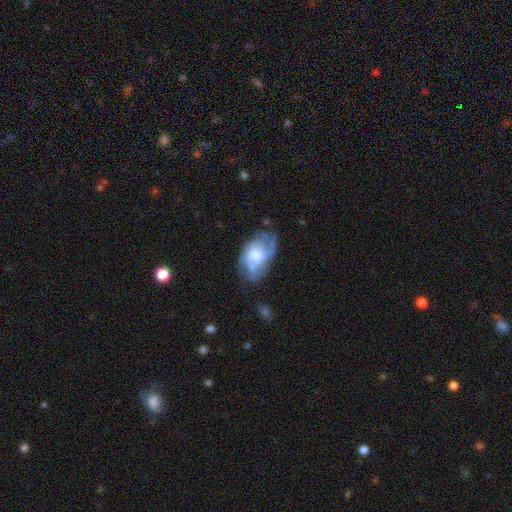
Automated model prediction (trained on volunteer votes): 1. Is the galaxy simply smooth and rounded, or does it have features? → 61% featured or disk, 32% smooth, 7% star or artifact.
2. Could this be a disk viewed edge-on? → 96% no, 4% yes.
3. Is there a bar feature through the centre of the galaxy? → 69% no, 27% weak, 5% strong.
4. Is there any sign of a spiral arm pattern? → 71% yes, 29% no.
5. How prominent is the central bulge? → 40% moderate, 27% small, 20% large, 11% none, 2% dominant.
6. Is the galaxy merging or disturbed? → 46% none, 29% minor disturbance, 18% major disturbance, 7% merger.